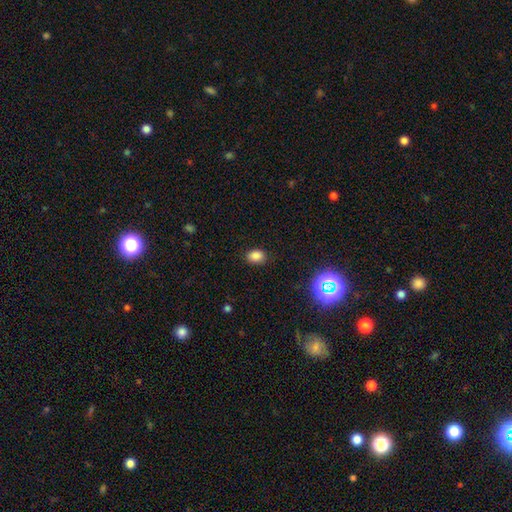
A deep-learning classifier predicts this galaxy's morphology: Smooth or featured: smooth — 82% (star or artifact — 14%)
How rounded: in between — 72% (round — 27%)
Merging: none — 85% (minor disturbance — 11%)